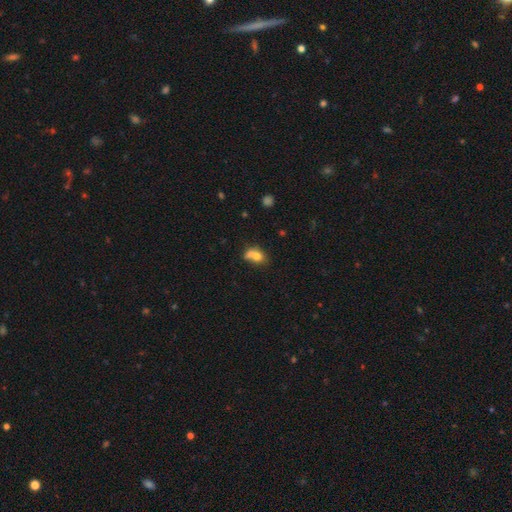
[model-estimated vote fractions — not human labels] smooth_or_featured: smooth (p=0.72) [alt: featured or disk p=0.17]
how_rounded: in between (p=0.51) [alt: round p=0.47]
merging: merger (p=0.49) [alt: none p=0.29]